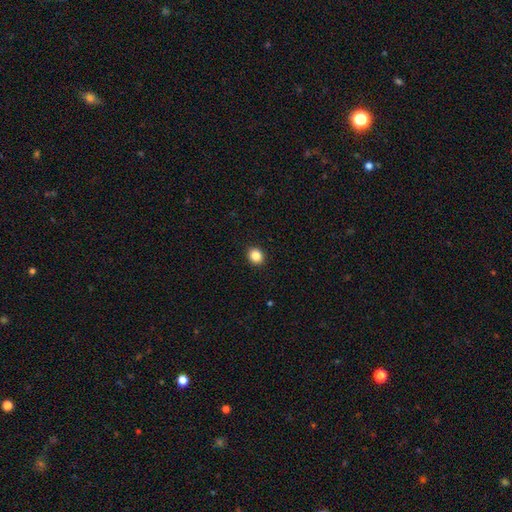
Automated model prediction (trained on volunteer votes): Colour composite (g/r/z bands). It shows a smooth galaxy with no disk features (86%) that is round (74%). Merging: none (92%).